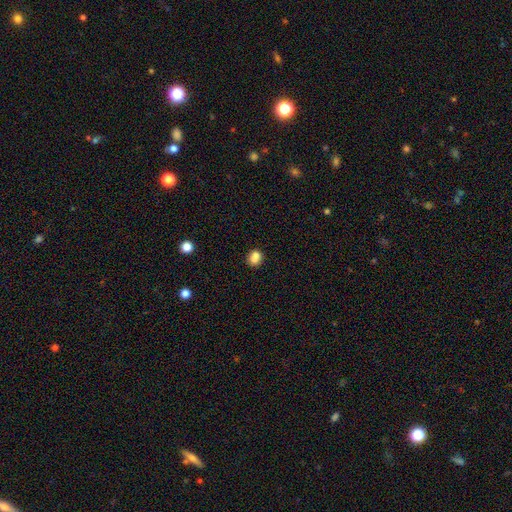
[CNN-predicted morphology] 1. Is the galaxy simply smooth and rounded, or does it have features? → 77% smooth, 12% star or artifact, 11% featured or disk.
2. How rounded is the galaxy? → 72% round, 27% in between, 1% cigar-shaped.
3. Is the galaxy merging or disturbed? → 51% none, 31% merger, 13% minor disturbance, 4% major disturbance.